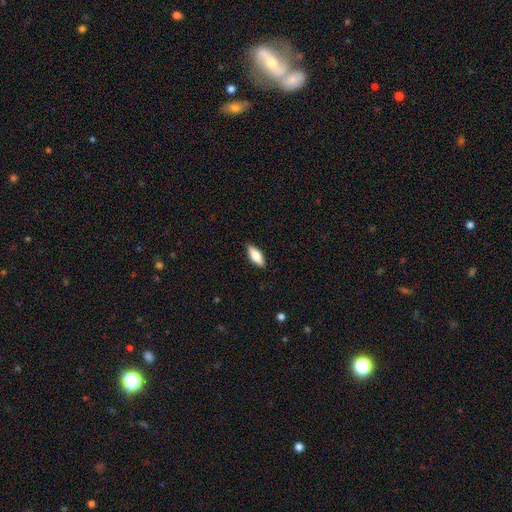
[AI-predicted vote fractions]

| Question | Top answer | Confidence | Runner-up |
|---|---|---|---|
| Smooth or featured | smooth | 72% | featured or disk (22%) |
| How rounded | in between | 71% | cigar-shaped (26%) |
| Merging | none | 87% | minor disturbance (10%) |